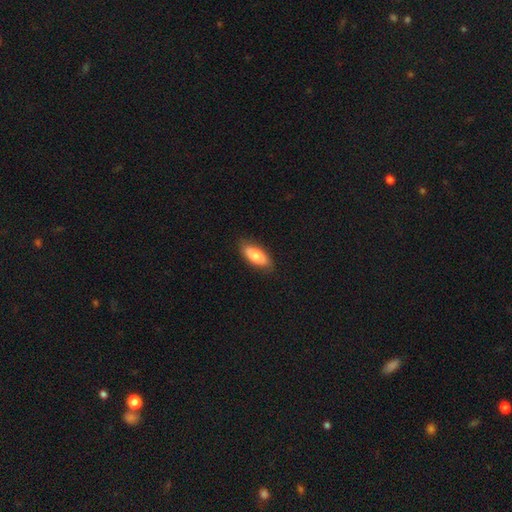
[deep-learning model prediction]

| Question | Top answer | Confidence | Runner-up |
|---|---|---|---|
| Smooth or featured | smooth | 75% | featured or disk (19%) |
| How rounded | in between | 85% | cigar-shaped (13%) |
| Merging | none | 83% | minor disturbance (13%) |